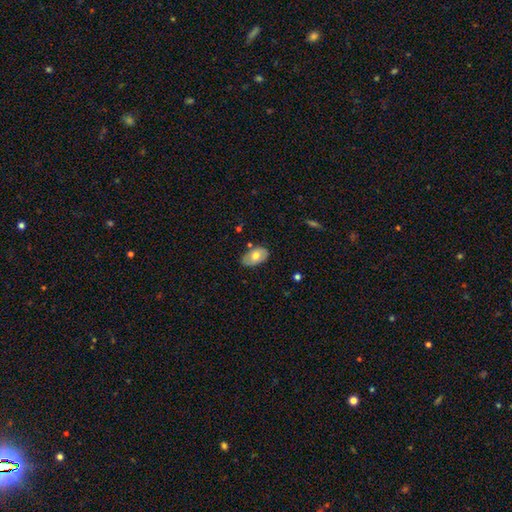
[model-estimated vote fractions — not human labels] This appears to be a smooth galaxy with no disk features (65%) that is in between round and cigar-shaped (93%). Merging: none (76%).